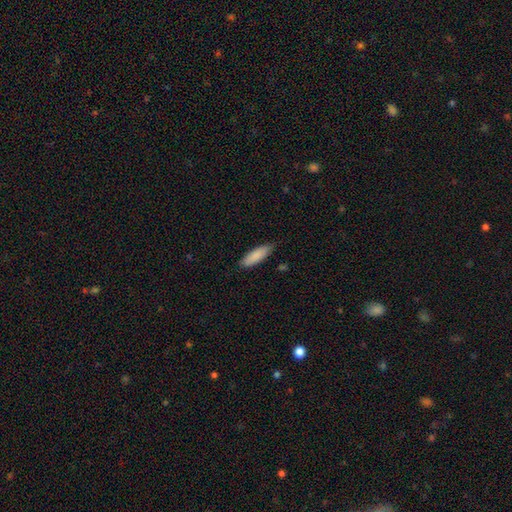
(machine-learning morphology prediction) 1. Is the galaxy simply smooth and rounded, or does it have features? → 88% smooth, 7% featured or disk, 6% star or artifact.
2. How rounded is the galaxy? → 50% cigar-shaped, 49% in between, 1% round.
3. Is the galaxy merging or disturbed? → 81% none, 16% minor disturbance, 2% major disturbance, 1% merger.